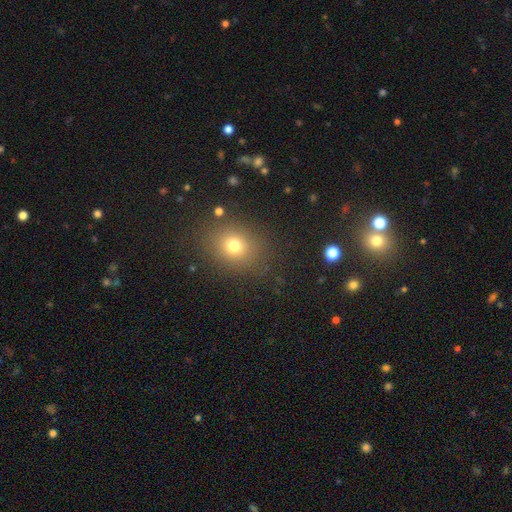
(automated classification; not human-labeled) Smooth or featured? smooth (63%)
How rounded? round (66%)
Merging? none (87%)